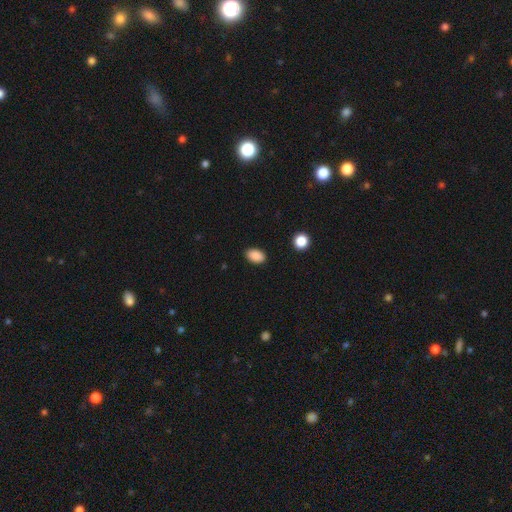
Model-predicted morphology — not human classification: Overall: smooth (88%). How rounded: in between (87%). Merging: none (89%).